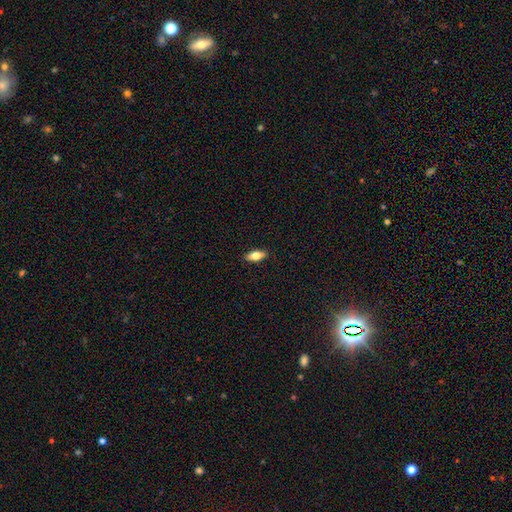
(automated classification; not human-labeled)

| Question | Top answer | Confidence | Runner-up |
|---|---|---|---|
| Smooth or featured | smooth | 73% | featured or disk (20%) |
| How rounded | in between | 80% | cigar-shaped (17%) |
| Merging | none | 89% | minor disturbance (8%) |